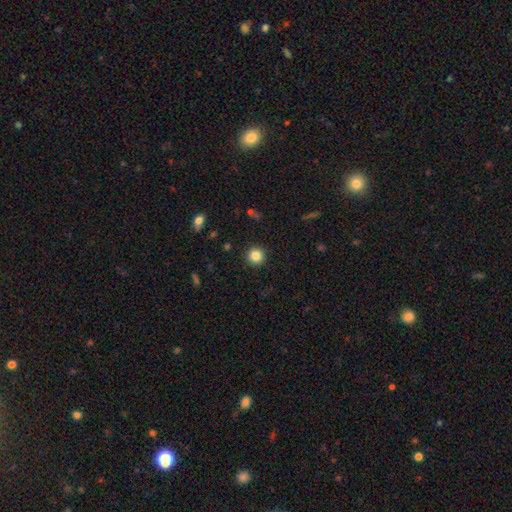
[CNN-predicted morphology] Smooth or featured: smooth — 84% (star or artifact — 11%)
How rounded: round — 95% (in between — 4%)
Merging: none — 92% (minor disturbance — 5%)